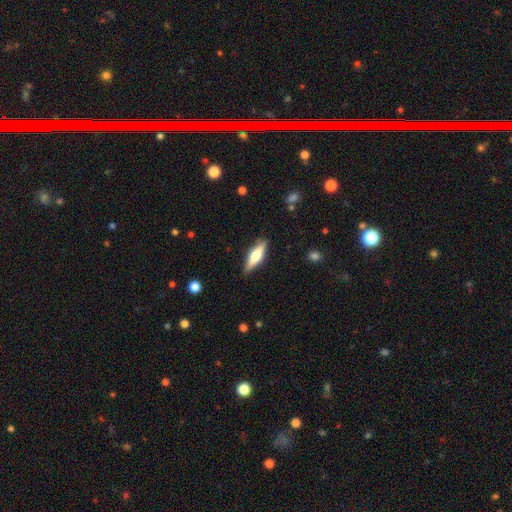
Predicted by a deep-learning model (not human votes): This appears to be a smooth galaxy with no disk features (48%). Merging: none (87%).